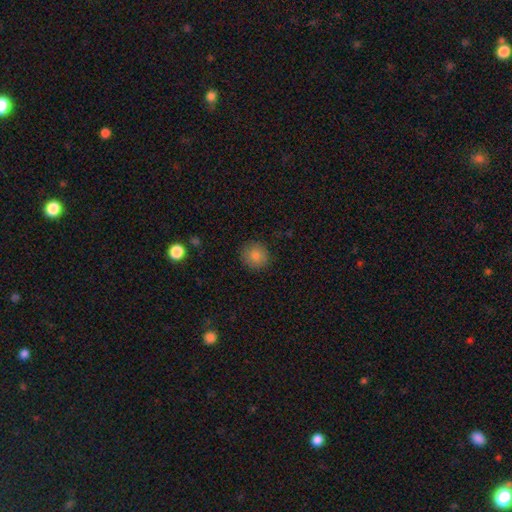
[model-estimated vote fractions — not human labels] smooth-or-featured: smooth: 84% | star or artifact: 10% | featured or disk: 6%
  how-rounded: round: 90% | in between: 9% | cigar-shaped: 1%
  merging: none: 89% | minor disturbance: 8% | major disturbance: 2% | merger: 1%